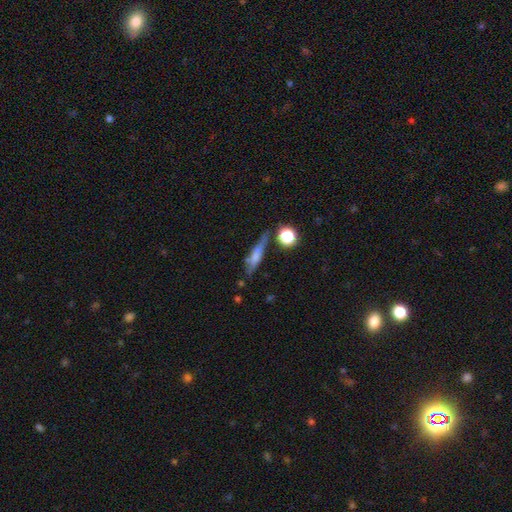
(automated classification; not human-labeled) The model was most divided on "smooth or featured": smooth: 51%, featured or disk: 38%, star or artifact: 12%. More confident: how rounded — cigar-shaped (73%); merging — none (63%).